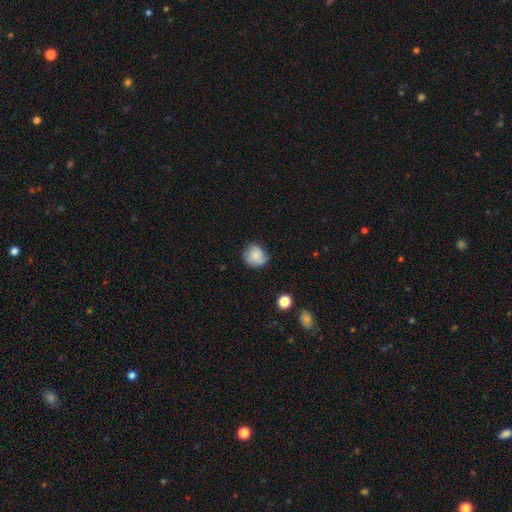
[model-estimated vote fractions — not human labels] Smooth or featured? Predicted: smooth (p=0.77). How rounded? Predicted: round (p=0.83). Merging? Predicted: none (p=0.69).